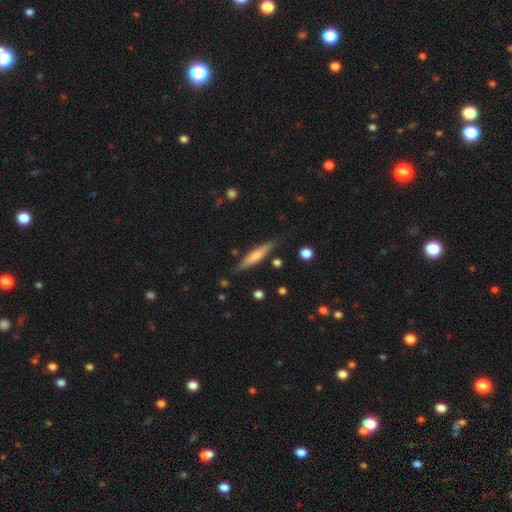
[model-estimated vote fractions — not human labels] Smooth or featured? Predicted: smooth (p=0.58). How rounded? Predicted: cigar-shaped (p=0.86). Merging? Predicted: none (p=0.83).